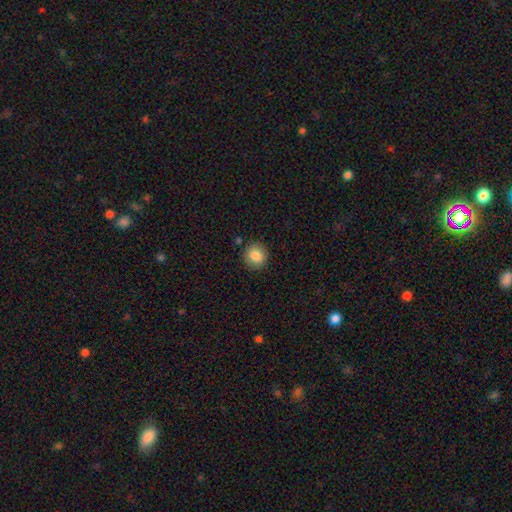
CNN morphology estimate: type=smooth (85%); roundness=round (87%); merging=none (86%).